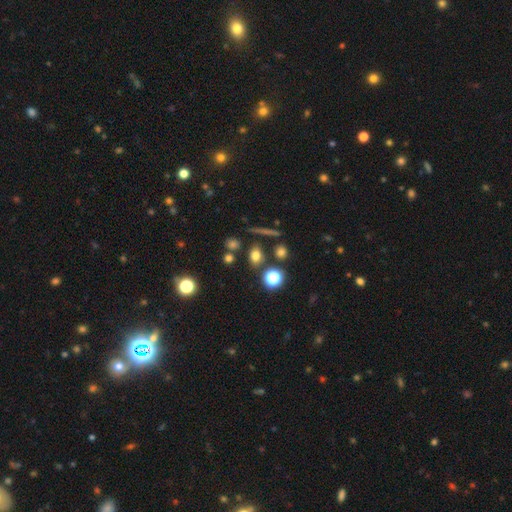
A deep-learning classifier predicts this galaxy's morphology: Smooth or featured? Predicted: smooth (p=0.71). How rounded? Predicted: in between (p=0.50). Merging? Predicted: none (p=0.77).